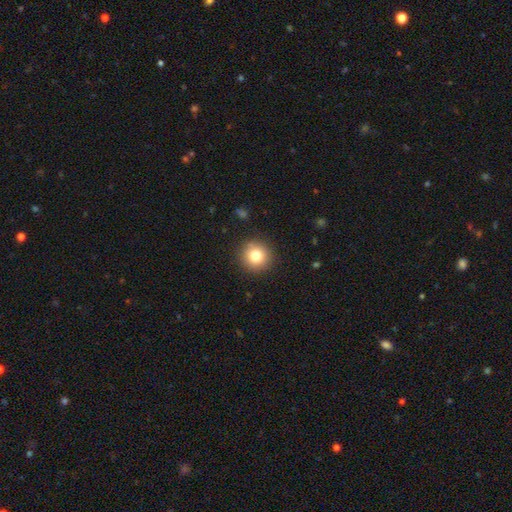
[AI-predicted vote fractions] This appears to be a smooth galaxy with no disk features (80%) that is round (94%). Merging: none (90%).